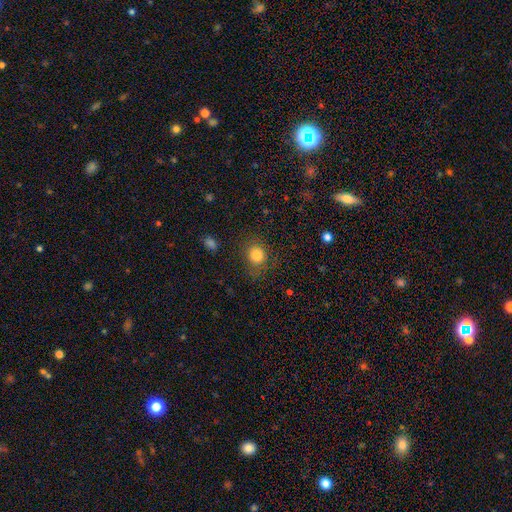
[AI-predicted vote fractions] A smooth galaxy with no disk features (82%) that is round (74%). Merging: none (77%).